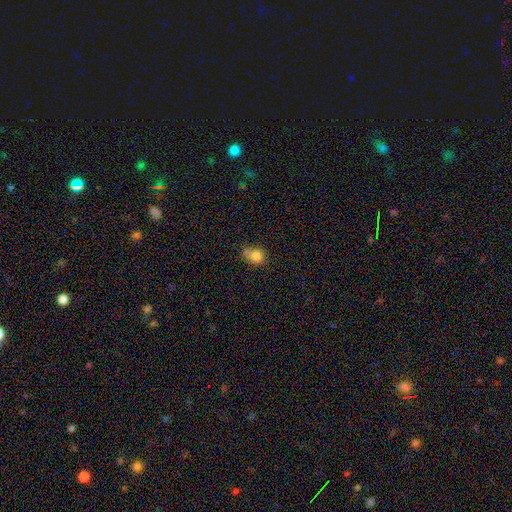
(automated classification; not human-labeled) Morphology: type=smooth (80%); roundness=round (73%); merging=none (46%).